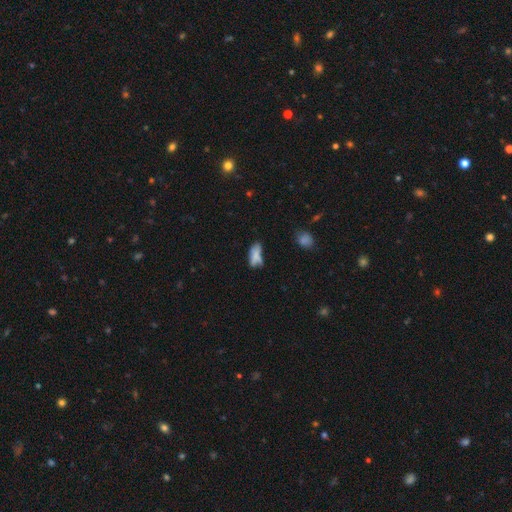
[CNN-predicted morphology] smooth 70%, featured or disk 20%, star or artifact 11%. Down the decision tree: how rounded — in between (74%); merging — none (43%).